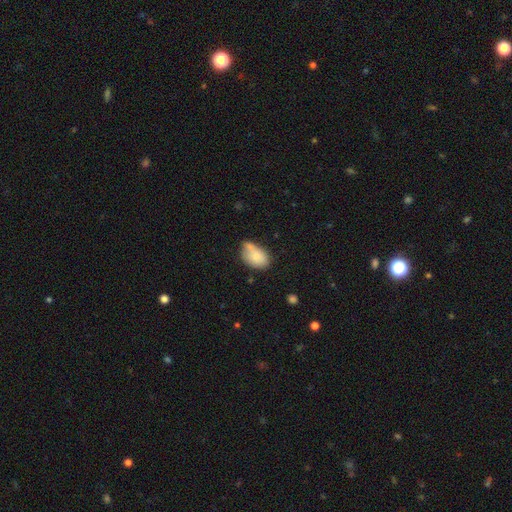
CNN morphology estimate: Smooth or featured? Predicted: smooth (p=0.79). How rounded? Predicted: in between (p=0.86). Merging? Predicted: none (p=0.38).